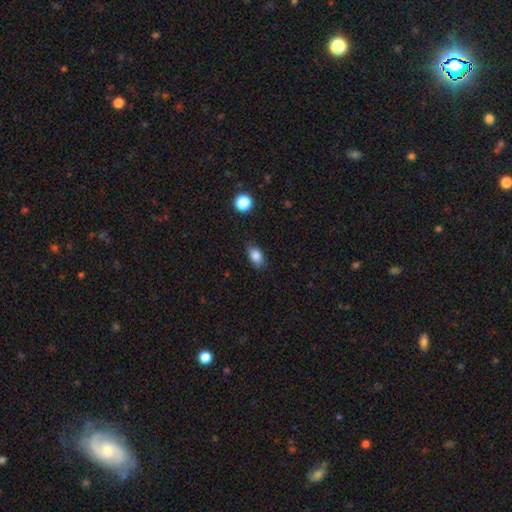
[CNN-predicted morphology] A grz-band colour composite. It shows a smooth galaxy with no disk features (85%) that is in between round and cigar-shaped (85%). Merging: none (83%).